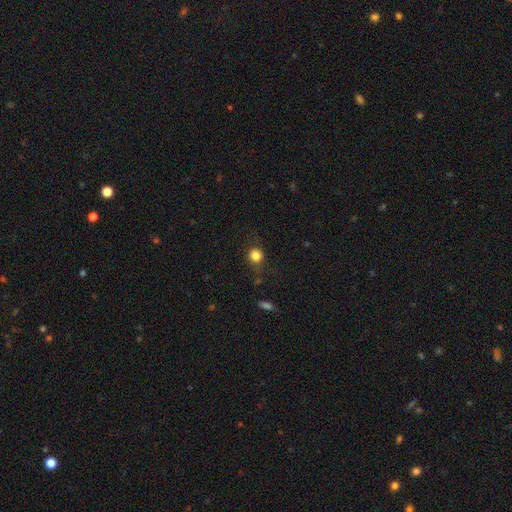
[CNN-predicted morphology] Smooth or featured? Predicted: smooth (p=0.81). How rounded? Predicted: round (p=0.88). Merging? Predicted: none (p=0.72).